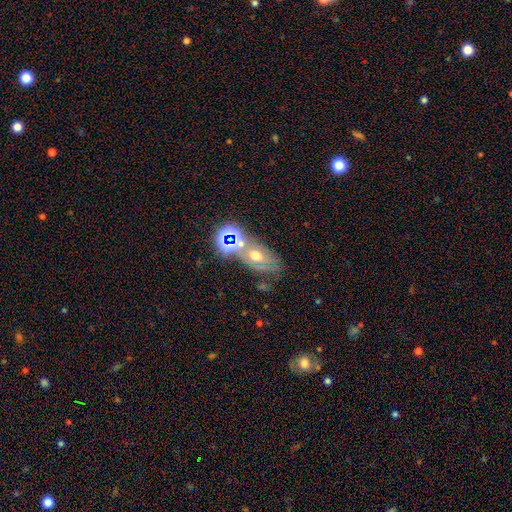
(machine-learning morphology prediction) The model was most divided on "smooth or featured": smooth: 37%, star or artifact: 32%, featured or disk: 31%. More confident: merging — none (55%).